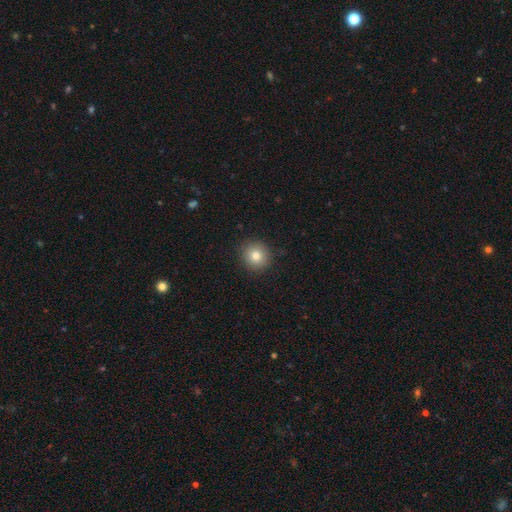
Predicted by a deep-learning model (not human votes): smooth-or-featured: smooth: 82% | star or artifact: 11% | featured or disk: 8%
  how-rounded: round: 90% | in between: 9% | cigar-shaped: 1%
  merging: none: 90% | minor disturbance: 7% | major disturbance: 2% | merger: 1%